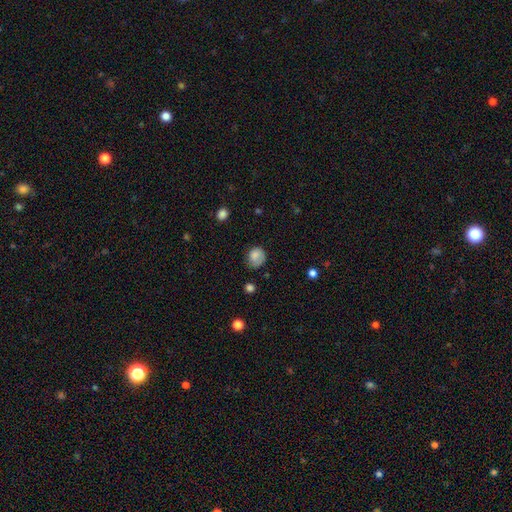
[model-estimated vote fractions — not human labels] This appears to be a smooth galaxy with no disk features (77%) that is round (65%). Merging: none (54%).